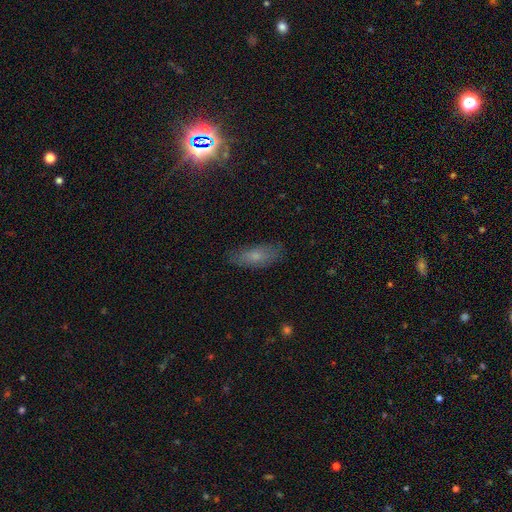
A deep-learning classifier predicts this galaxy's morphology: smooth_or_featured: smooth (p=0.67) [alt: featured or disk p=0.21]
how_rounded: in between (p=0.69) [alt: cigar-shaped p=0.27]
merging: none (p=0.79) [alt: minor disturbance p=0.16]